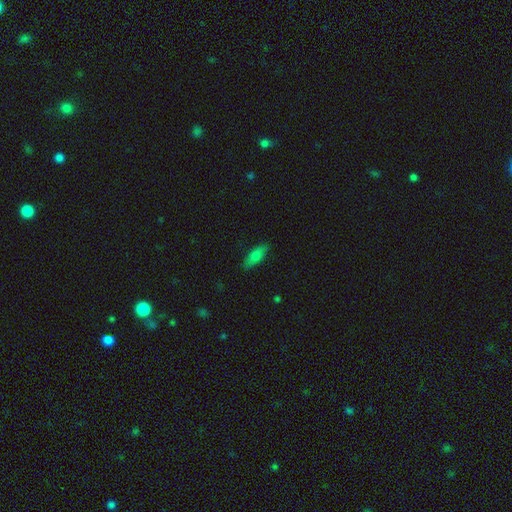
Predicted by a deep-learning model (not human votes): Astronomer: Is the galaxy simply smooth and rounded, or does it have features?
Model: smooth — 73%.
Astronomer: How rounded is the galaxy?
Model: in between — 65%.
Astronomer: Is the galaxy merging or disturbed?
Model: none — 86%.